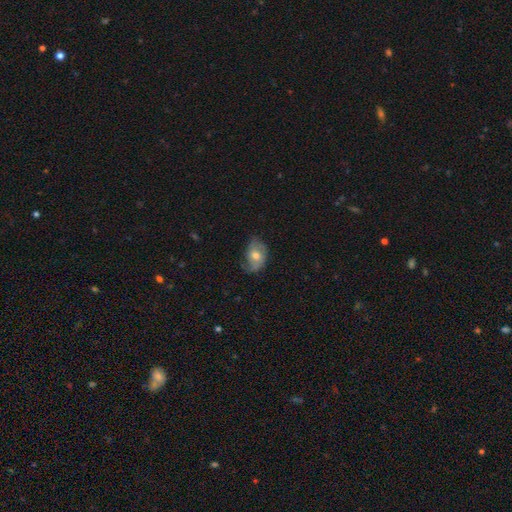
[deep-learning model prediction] smooth-or-featured: smooth: 47% | featured or disk: 45% | star or artifact: 7%
  merging: none: 52% | minor disturbance: 31% | major disturbance: 15% | merger: 1%